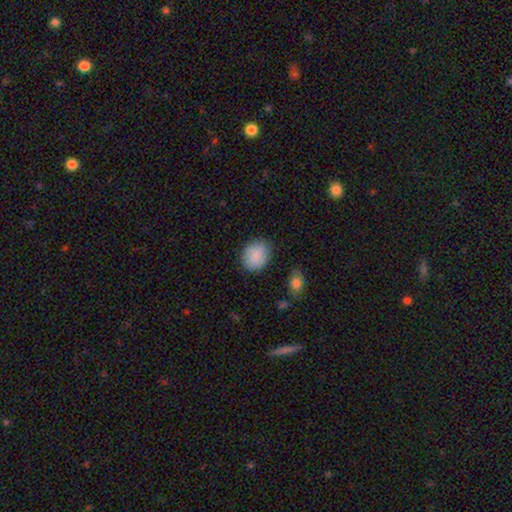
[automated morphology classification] Smooth or featured? Predicted: smooth (p=0.87). How rounded? Predicted: round (p=0.50). Merging? Predicted: none (p=0.82).